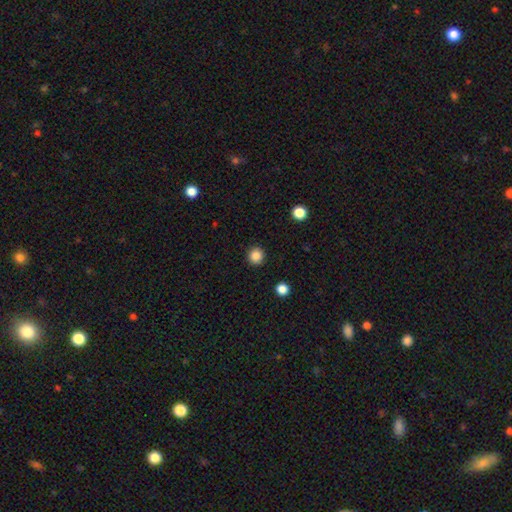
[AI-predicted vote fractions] This appears to be a smooth galaxy with no disk features (86%) that is round (93%). Merging: none (92%).